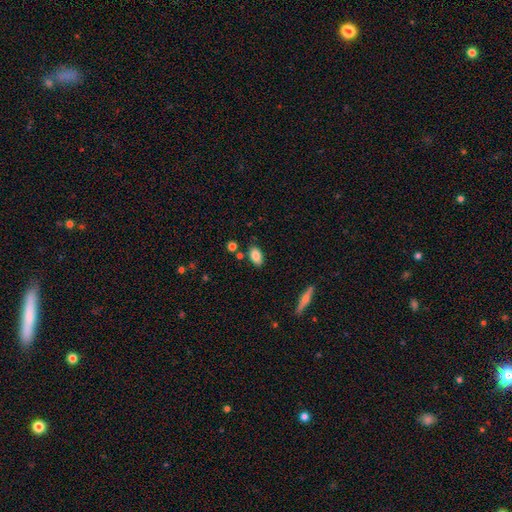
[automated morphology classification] Smooth or featured? Predicted: smooth (p=0.84). How rounded? Predicted: in between (p=0.91). Merging? Predicted: none (p=0.80).